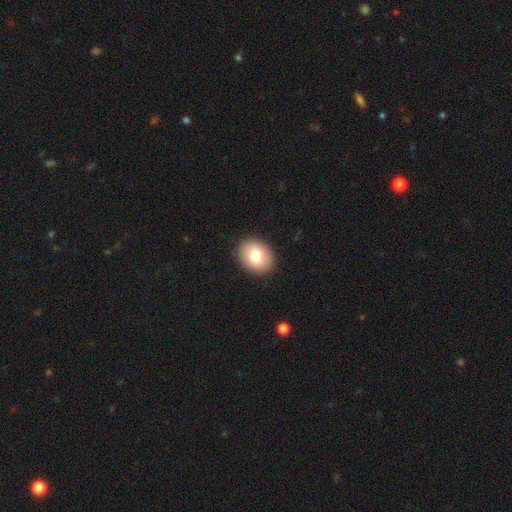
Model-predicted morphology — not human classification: Overall: smooth (79%). How rounded: in between (53%; round 46%). Merging: none (90%).